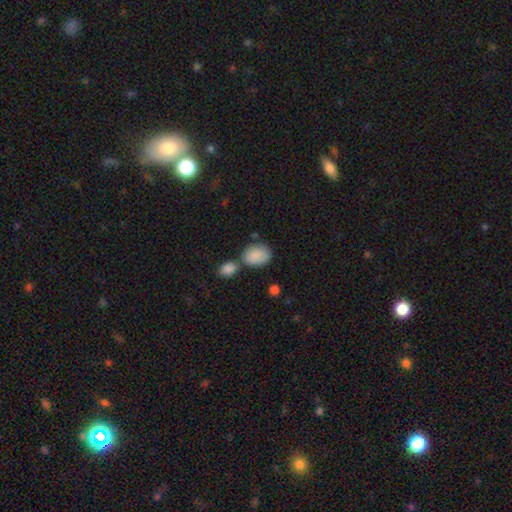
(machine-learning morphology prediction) Smooth or featured: smooth — 87% (star or artifact — 7%)
How rounded: in between — 77% (round — 22%)
Merging: none — 52% (merger — 27%)